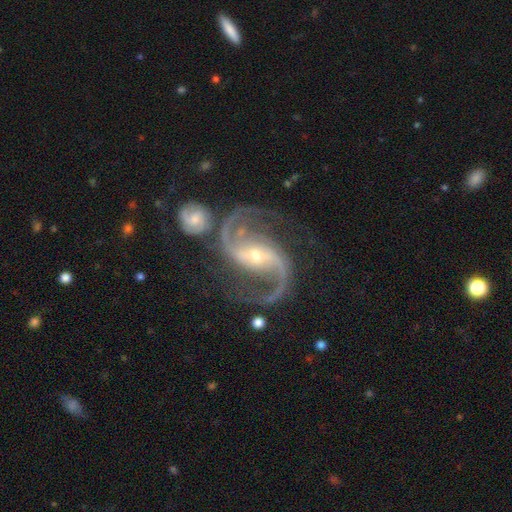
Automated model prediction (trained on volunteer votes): This appears to be a featured or disk galaxy (94%) with a strong bar (46%), 2 (94%) medium (49%) spiral arms (99%) and a moderate central bulge (48%). Merging: none (67%).